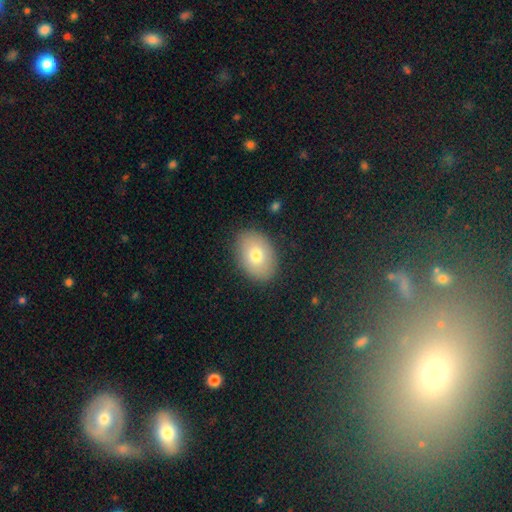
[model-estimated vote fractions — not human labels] This appears to be a smooth galaxy with no disk features (75%) that is in between round and cigar-shaped (81%). Merging: none (87%).